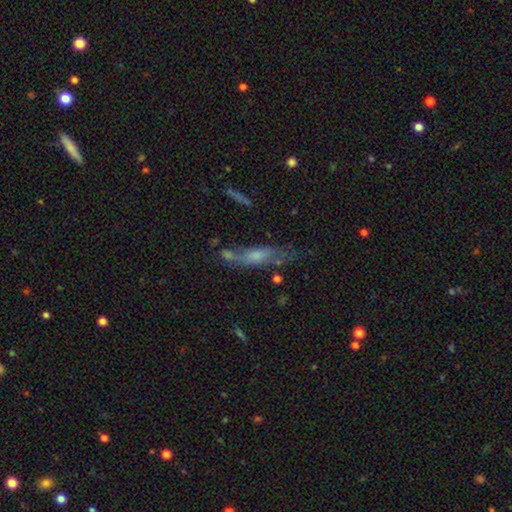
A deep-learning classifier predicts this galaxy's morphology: Smooth or featured?
  - smooth: 48% *
  - featured or disk: 42%
  - star or artifact: 10%
Merging?
  - none: 43% *
  - minor disturbance: 23%
  - merger: 17%
  - major disturbance: 16%